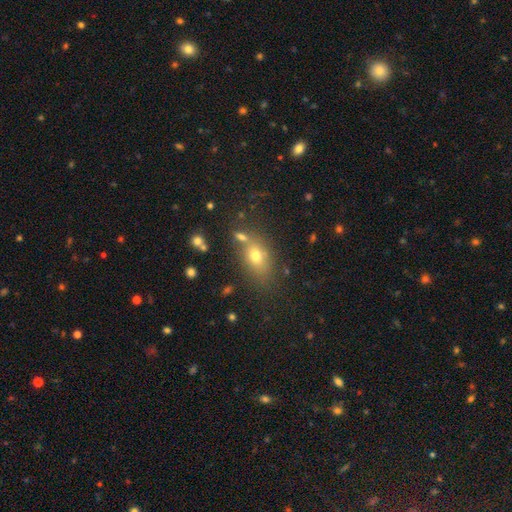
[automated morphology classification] Smooth or featured: smooth — 69% (star or artifact — 16%)
How rounded: in between — 72% (round — 24%)
Merging: none — 63% (merger — 16%)